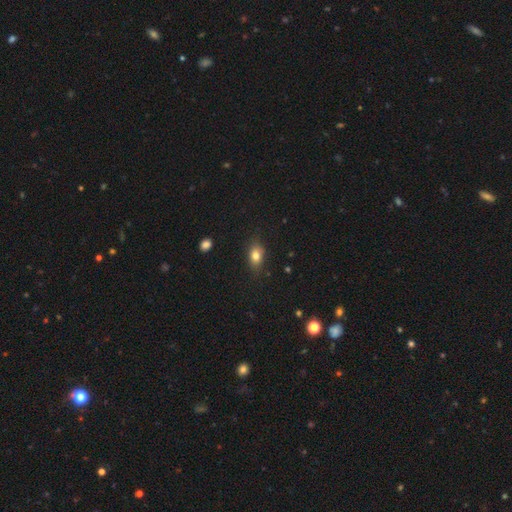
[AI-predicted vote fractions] Q: Smooth or featured?
A: smooth (79%); runner-up: featured or disk (11%)
Q: How rounded?
A: in between (77%); runner-up: round (19%)
Q: Merging?
A: none (80%); runner-up: minor disturbance (15%)